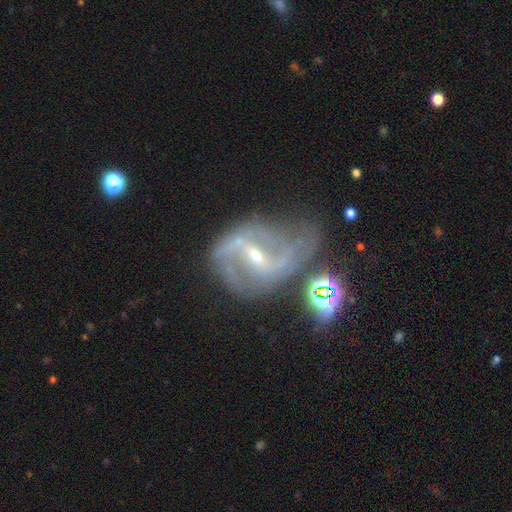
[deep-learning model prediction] Morphology: type=featured or disk (87%); edge-on=no (97%); bar=strong (50%); spiral arms=yes (94%); winding=medium (45%); arm count=2 (81%); bulge=small (64%); merging=none (46%).